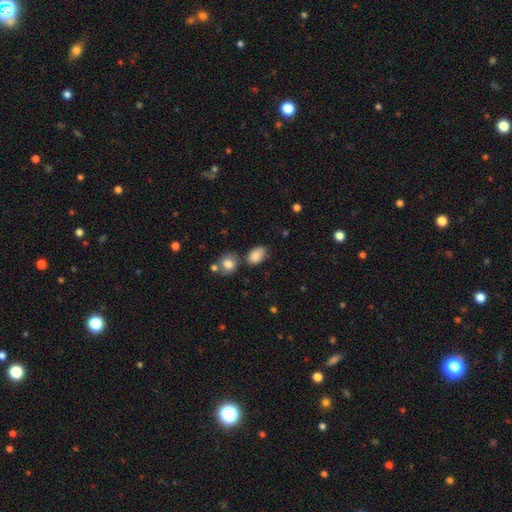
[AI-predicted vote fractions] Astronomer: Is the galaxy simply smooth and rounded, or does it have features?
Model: smooth — 84%.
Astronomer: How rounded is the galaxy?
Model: in between — 86%.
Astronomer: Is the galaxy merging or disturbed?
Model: none — 60%.